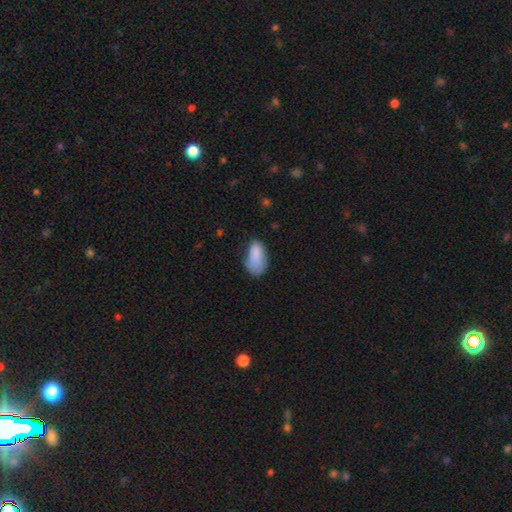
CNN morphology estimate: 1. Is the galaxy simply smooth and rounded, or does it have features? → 83% smooth, 9% featured or disk, 8% star or artifact.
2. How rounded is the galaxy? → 93% in between, 4% round, 3% cigar-shaped.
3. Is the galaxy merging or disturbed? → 46% none, 35% minor disturbance, 16% major disturbance, 4% merger.